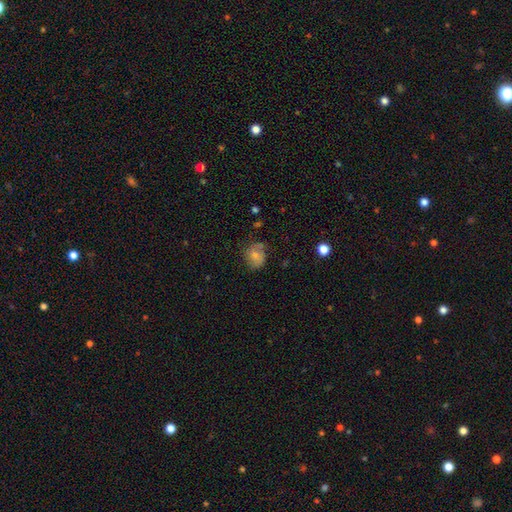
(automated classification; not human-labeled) A smooth galaxy with no disk features (59%) that is round (62%). Merging: none (57%).